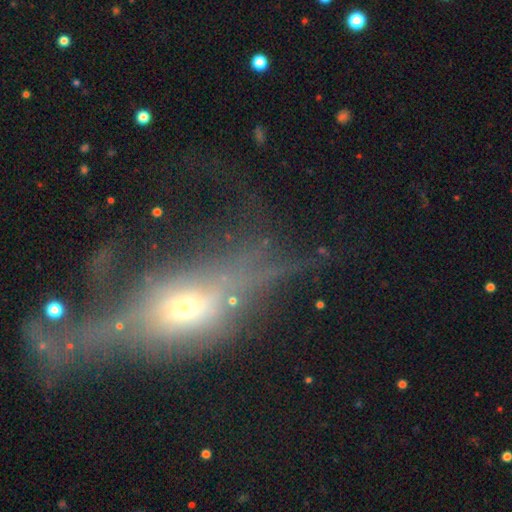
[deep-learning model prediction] smooth-or-featured: featured or disk: 45% | smooth: 31% | star or artifact: 24%
  merging: major disturbance: 47% | none: 28% | minor disturbance: 15% | merger: 9%